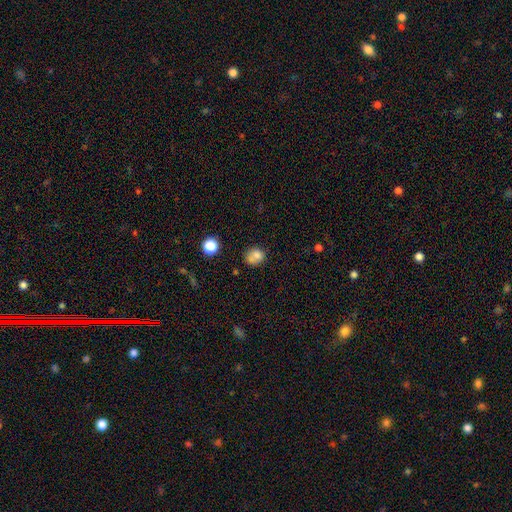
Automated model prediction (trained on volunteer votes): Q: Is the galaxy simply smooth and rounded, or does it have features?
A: smooth — 76%.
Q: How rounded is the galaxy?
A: round — 68%.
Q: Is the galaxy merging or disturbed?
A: none — 47%.